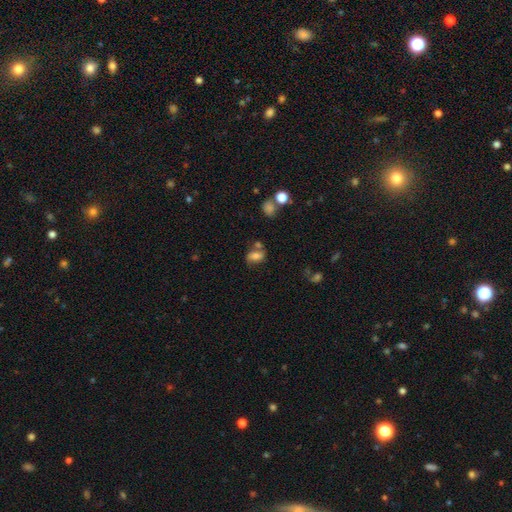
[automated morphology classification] Overall: smooth (66%). How rounded: in between (81%). Merging: none (54%; minor disturbance 19%).